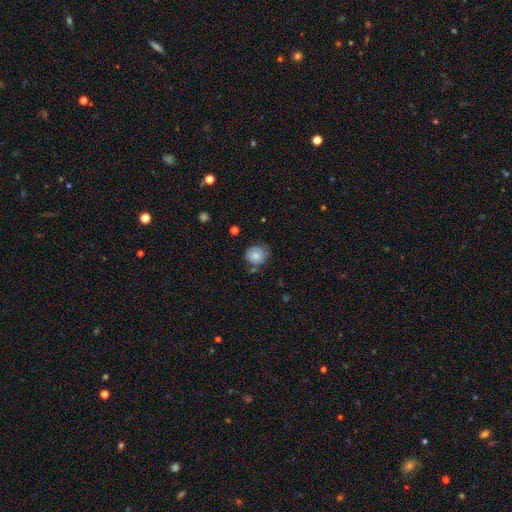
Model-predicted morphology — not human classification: Q: Smooth or featured?
A: smooth (75%); runner-up: featured or disk (16%)
Q: How rounded?
A: round (84%); runner-up: in between (15%)
Q: Merging?
A: none (69%); runner-up: minor disturbance (21%)